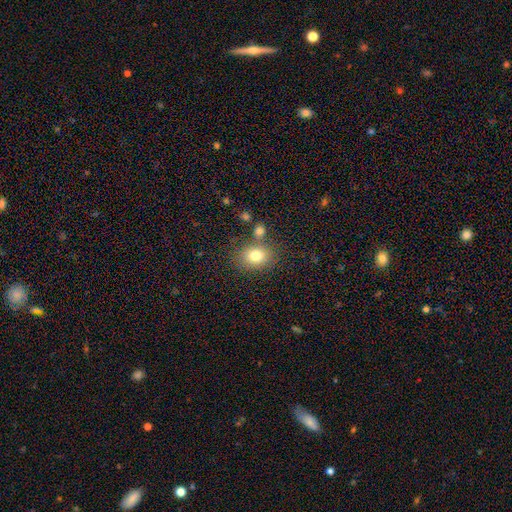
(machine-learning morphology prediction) Smooth or featured: smooth — 79% (star or artifact — 11%)
How rounded: in between — 58% (round — 41%)
Merging: none — 69% (merger — 14%)